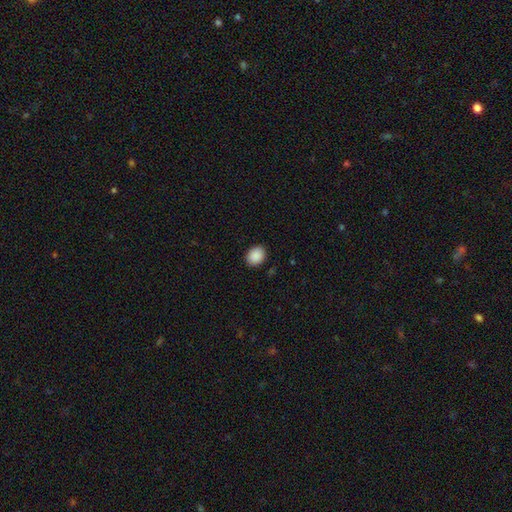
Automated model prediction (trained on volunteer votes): A smooth galaxy with no disk features (90%) that is in between round and cigar-shaped (54%). Merging: none (89%).